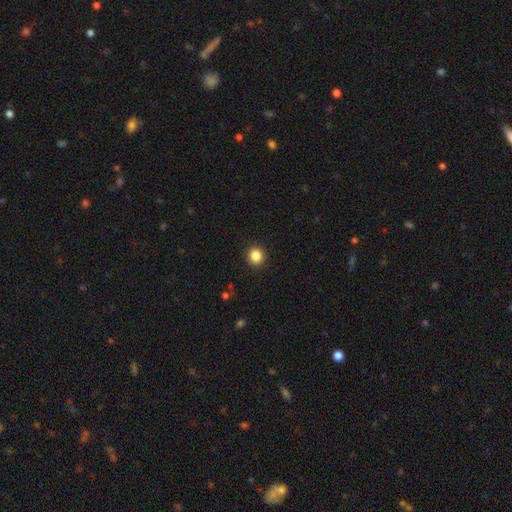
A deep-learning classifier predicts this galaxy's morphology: Smooth or featured? Predicted: smooth (p=0.85). How rounded? Predicted: round (p=0.90). Merging? Predicted: none (p=0.92).